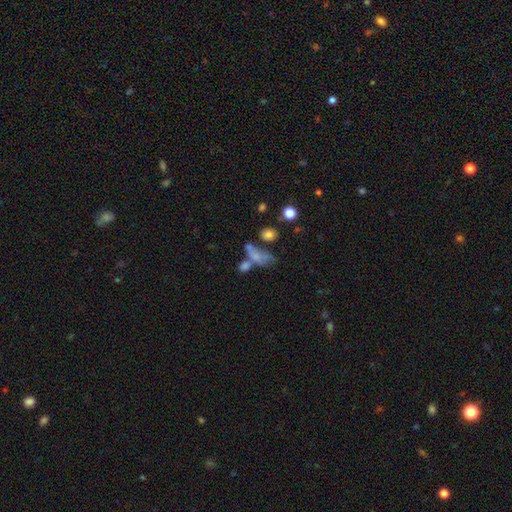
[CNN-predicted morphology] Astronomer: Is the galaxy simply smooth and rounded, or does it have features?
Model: smooth — 60%.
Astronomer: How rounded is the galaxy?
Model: in between — 73%.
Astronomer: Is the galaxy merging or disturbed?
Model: merger — 43% (runner-up: none, 24%).